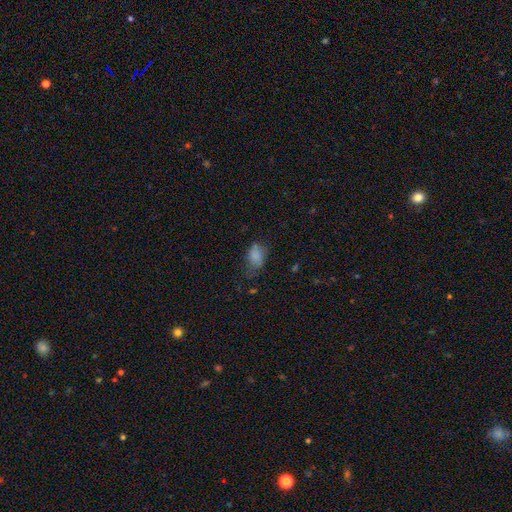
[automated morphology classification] The model was most divided on "merging": none: 46%, minor disturbance: 33%, major disturbance: 18%, merger: 3%. More confident: how rounded — in between (81%); smooth or featured — smooth (79%).